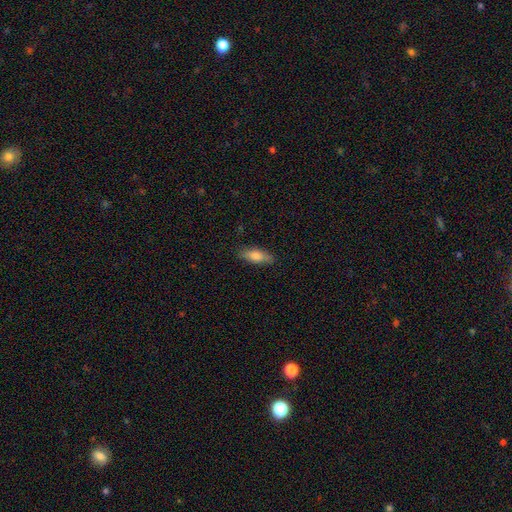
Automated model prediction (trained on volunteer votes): A smooth galaxy with no disk features (78%) that is in between round and cigar-shaped (65%). Merging: none (85%).